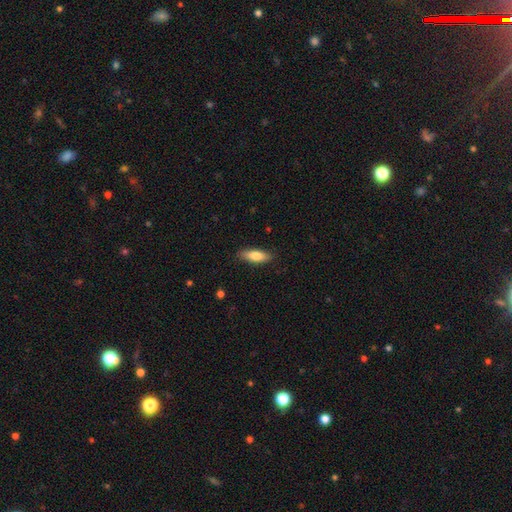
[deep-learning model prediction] Smooth or featured?
  - smooth: 79% *
  - featured or disk: 15%
  - star or artifact: 6%
How rounded?
  - in between: 54% *
  - cigar-shaped: 45%
  - round: 2%
Merging?
  - none: 86% *
  - minor disturbance: 10%
  - major disturbance: 2%
  - merger: 1%